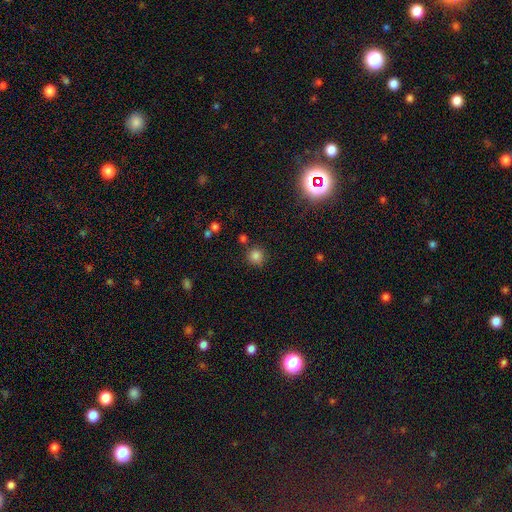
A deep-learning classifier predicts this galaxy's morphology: This appears to be a smooth galaxy with no disk features (83%) that is round (93%). Merging: none (81%).